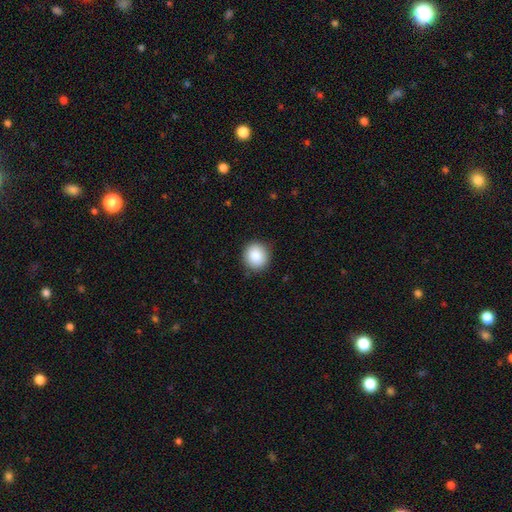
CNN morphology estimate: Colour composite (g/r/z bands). It shows a smooth galaxy with no disk features (88%) that is round (88%). Merging: none (89%).